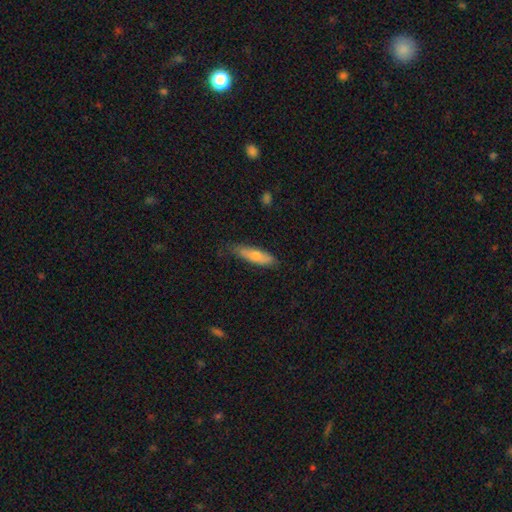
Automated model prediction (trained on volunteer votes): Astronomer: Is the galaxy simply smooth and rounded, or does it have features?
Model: smooth — 62%.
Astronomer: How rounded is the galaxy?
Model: cigar-shaped — 72%.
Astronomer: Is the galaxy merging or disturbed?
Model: none — 72%.